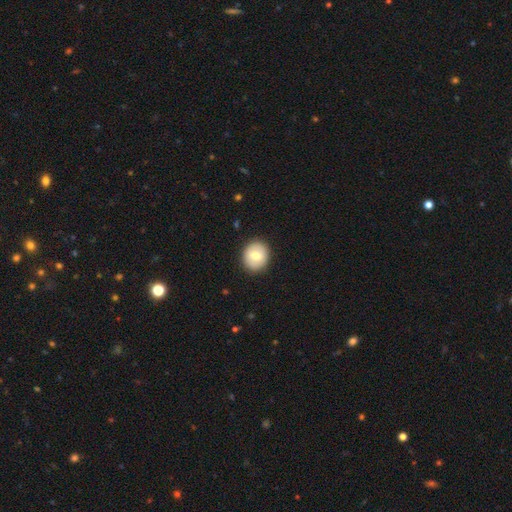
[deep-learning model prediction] This appears to be a smooth galaxy with no disk features (72%) that is round (75%). Merging: none (89%).